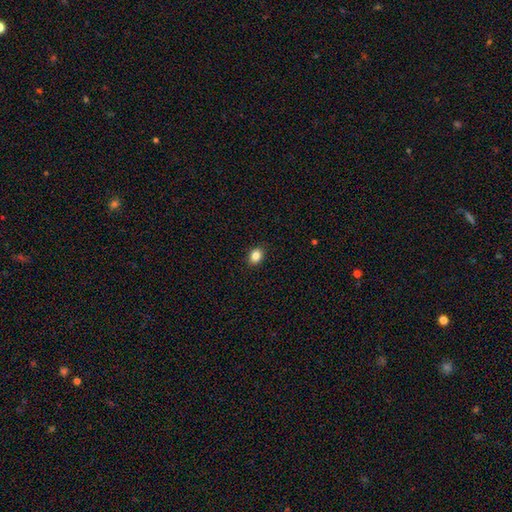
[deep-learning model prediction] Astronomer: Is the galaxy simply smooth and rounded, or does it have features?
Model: smooth — 84%.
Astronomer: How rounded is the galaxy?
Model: in between — 59% (runner-up: round, 40%).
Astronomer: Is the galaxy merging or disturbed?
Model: none — 90%.